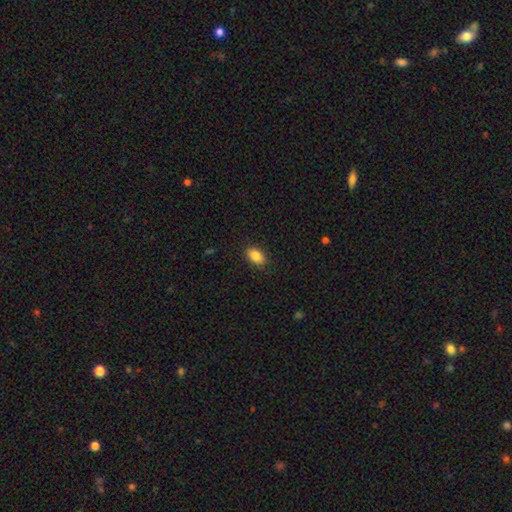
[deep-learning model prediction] Overall: smooth (86%). How rounded: in between (89%). Merging: none (86%).